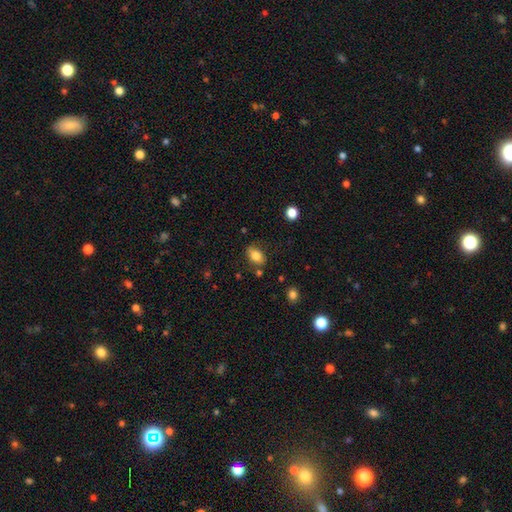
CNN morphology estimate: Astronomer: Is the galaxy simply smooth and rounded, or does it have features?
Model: smooth — 81%.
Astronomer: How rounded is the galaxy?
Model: in between — 83%.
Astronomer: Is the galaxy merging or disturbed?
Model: none — 72%.